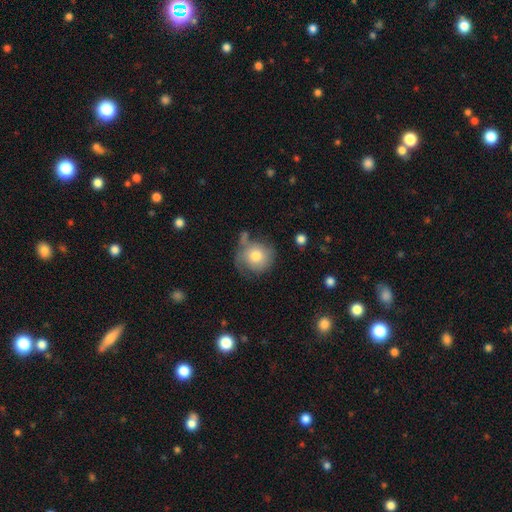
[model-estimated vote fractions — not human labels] Overall: smooth (67%). How rounded: round (87%). Merging: none (46%; minor disturbance 29%).